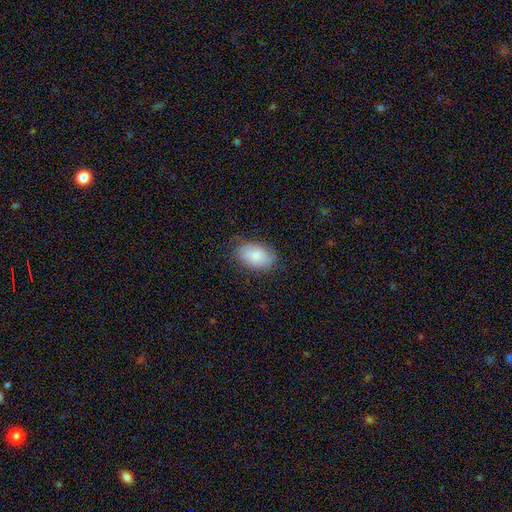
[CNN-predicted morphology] smooth_or_featured: smooth (p=0.73) [alt: featured or disk p=0.20]
how_rounded: in between (p=0.90) [alt: round p=0.09]
merging: none (p=0.76) [alt: minor disturbance p=0.18]